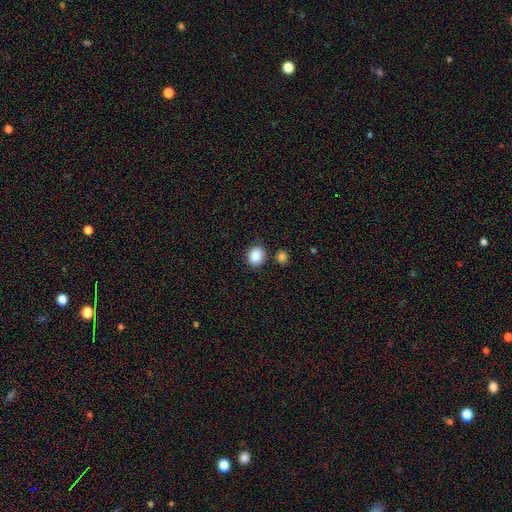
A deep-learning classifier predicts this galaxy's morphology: A smooth galaxy with no disk features (88%) that is round (74%).

Vote fractions:
- Smooth or featured? smooth: 88% / star or artifact: 9% / featured or disk: 3%
- How rounded? round: 74% / in between: 26% / cigar-shaped: 1%
- Merging? none: 80% / minor disturbance: 11% / merger: 6% / major disturbance: 3%